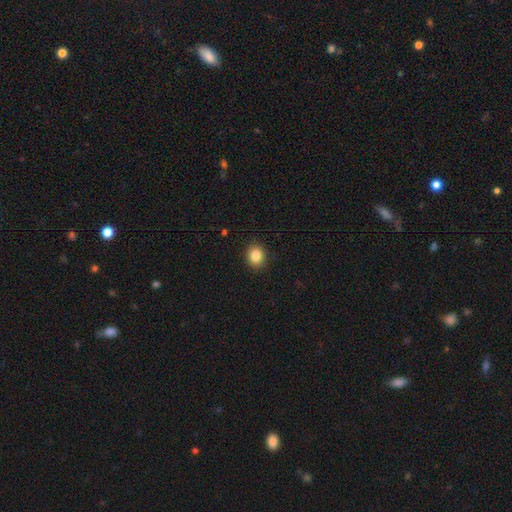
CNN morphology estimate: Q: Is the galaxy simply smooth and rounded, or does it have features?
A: smooth — 86%.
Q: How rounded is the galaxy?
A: round — 68%.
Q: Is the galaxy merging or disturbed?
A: none — 90%.